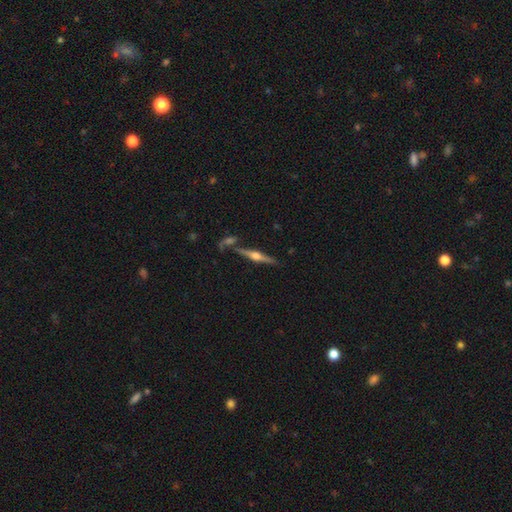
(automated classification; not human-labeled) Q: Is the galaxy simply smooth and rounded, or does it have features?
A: featured or disk — 80%.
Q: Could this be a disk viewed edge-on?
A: yes — 97%.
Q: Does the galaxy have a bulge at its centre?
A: rounded — 94%.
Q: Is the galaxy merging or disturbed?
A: none — 75%.